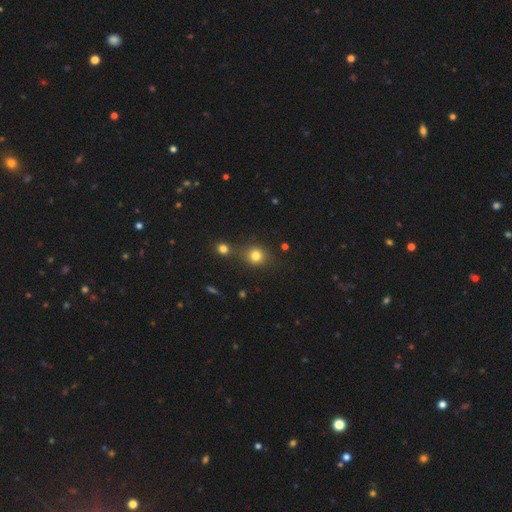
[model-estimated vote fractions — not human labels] smooth_or_featured: smooth (p=0.79) [alt: star or artifact p=0.14]
how_rounded: round (p=0.83) [alt: in between p=0.16]
merging: none (p=0.67) [alt: merger p=0.18]